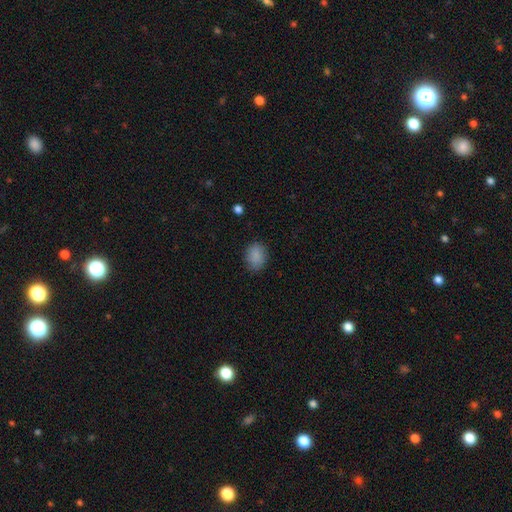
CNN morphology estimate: smooth-or-featured: smooth: 88% | star or artifact: 9% | featured or disk: 3%
  how-rounded: in between: 63% | round: 36% | cigar-shaped: 1%
  merging: none: 85% | minor disturbance: 11% | major disturbance: 3% | merger: 1%